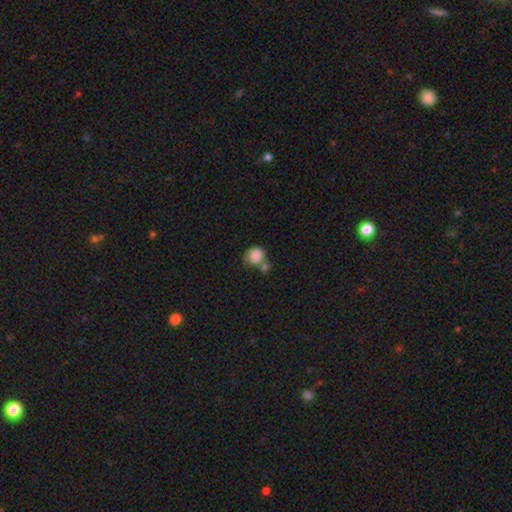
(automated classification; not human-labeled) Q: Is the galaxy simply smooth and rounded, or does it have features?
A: smooth — 81%.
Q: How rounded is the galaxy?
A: round — 68%.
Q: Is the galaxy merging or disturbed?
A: merger — 41%.